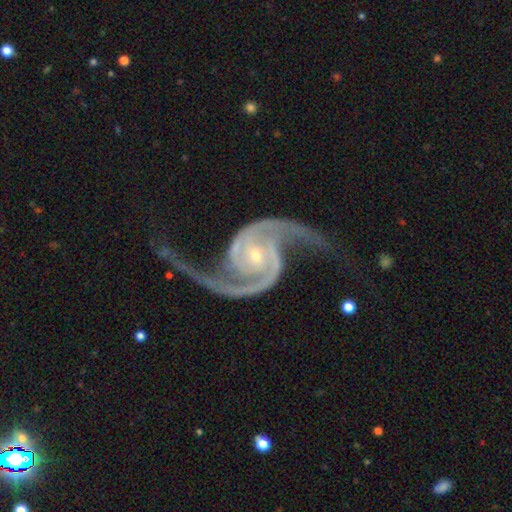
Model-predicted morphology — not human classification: Smooth or featured? featured or disk (94%)
Edge-on disk? no (98%)
Bar? no (57%)
Spiral arms? yes (99%)
Spiral winding? medium (48%)
Spiral arm count? 2 (94%)
Bulge size? small (76%)
Merging? none (63%)